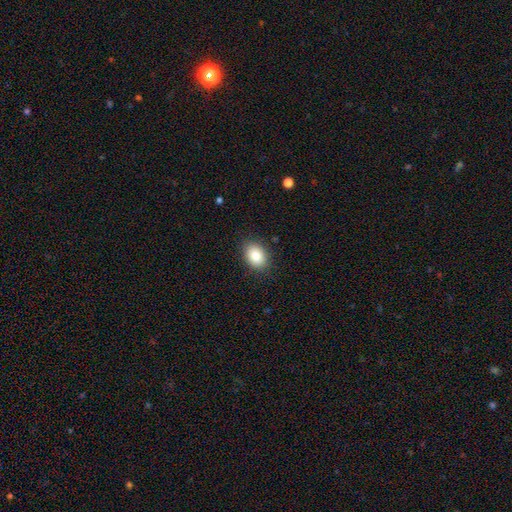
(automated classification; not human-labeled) smooth_or_featured: smooth (p=0.85) [alt: star or artifact p=0.08]
how_rounded: in between (p=0.76) [alt: round p=0.23]
merging: none (p=0.87) [alt: minor disturbance p=0.09]